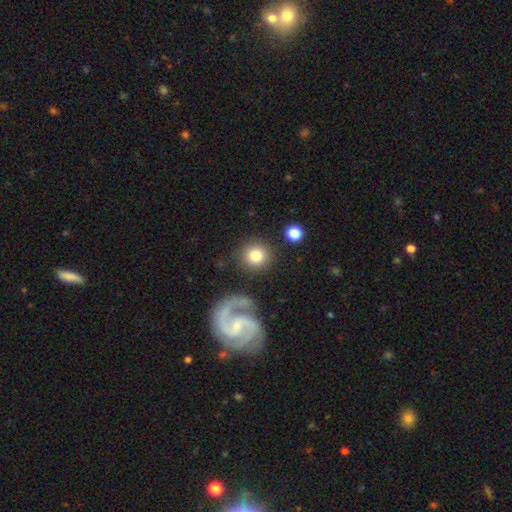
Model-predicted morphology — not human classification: The model was most divided on "smooth or featured": smooth: 79%, featured or disk: 13%, star or artifact: 8%. More confident: how rounded — round (93%); merging — none (83%).